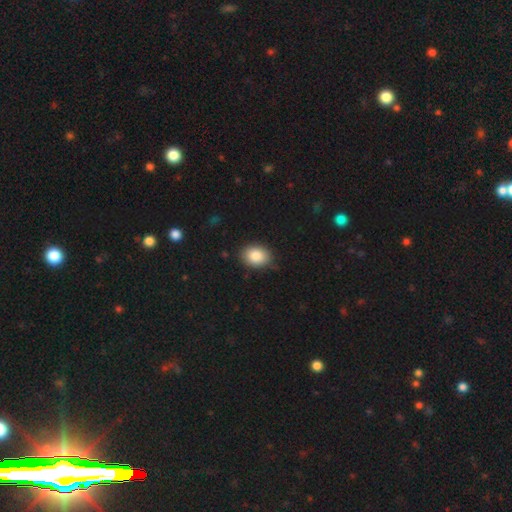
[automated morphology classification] This appears to be a smooth galaxy with no disk features (86%) that is in between round and cigar-shaped (69%). Merging: none (84%).